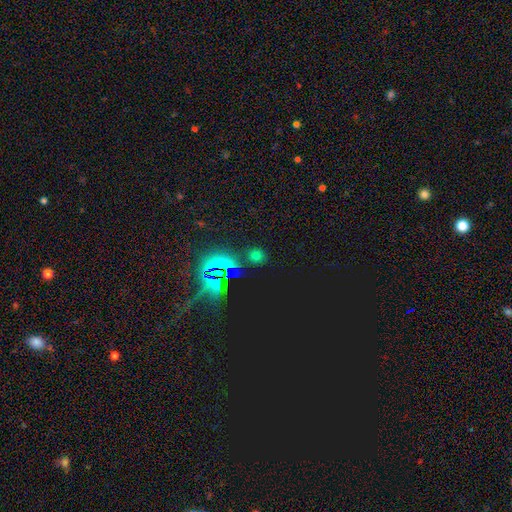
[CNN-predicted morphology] type=star or artifact (55%).